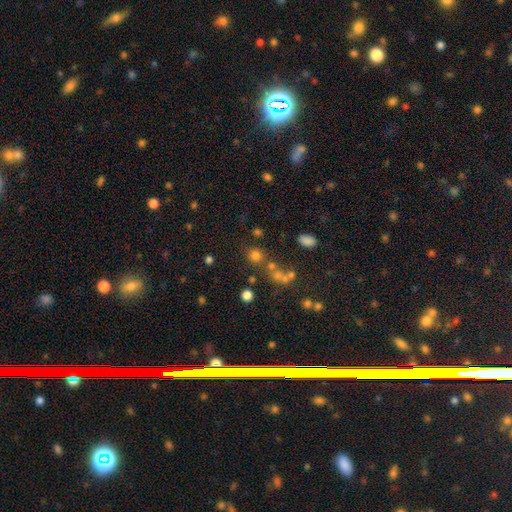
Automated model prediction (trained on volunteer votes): Smooth or featured? smooth (69%)
How rounded? round (86%)
Merging? none (66%)